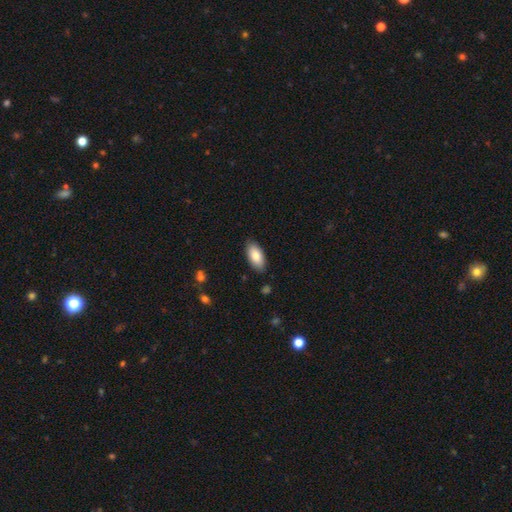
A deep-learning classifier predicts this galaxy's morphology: Smooth or featured? smooth (84%)
How rounded? in between (92%)
Merging? none (87%)